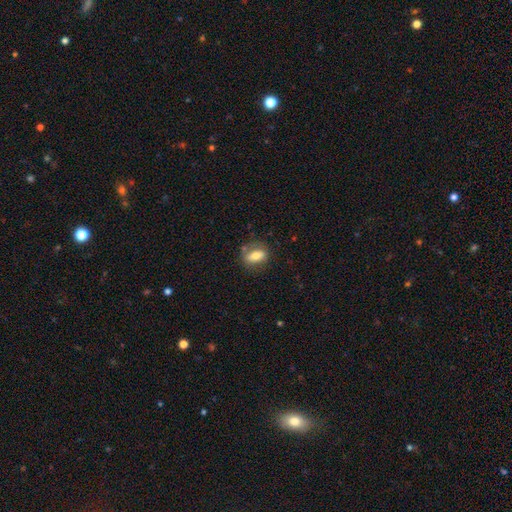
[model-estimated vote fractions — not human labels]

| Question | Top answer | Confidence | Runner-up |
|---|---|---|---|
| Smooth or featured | smooth | 68% | featured or disk (24%) |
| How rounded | in between | 77% | round (15%) |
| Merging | none | 69% | minor disturbance (19%) |